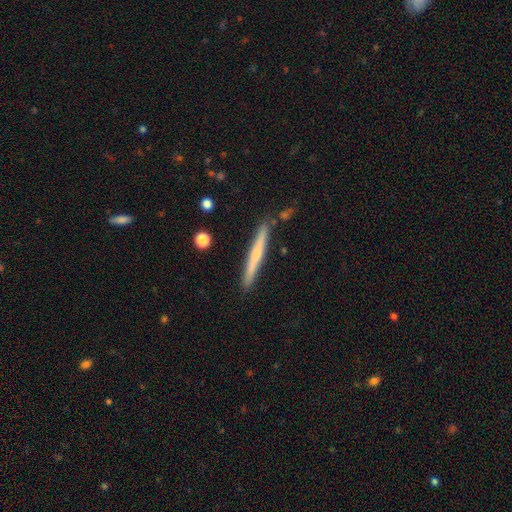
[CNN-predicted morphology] This appears to be a smooth galaxy with no disk features (49%). Merging: none (87%).